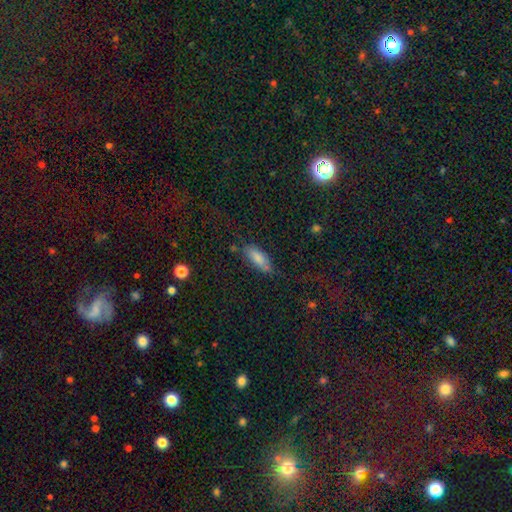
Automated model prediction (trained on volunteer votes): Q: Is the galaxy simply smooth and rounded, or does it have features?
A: smooth — 72%.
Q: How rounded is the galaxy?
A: in between — 67%.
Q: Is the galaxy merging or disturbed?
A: none — 69%.